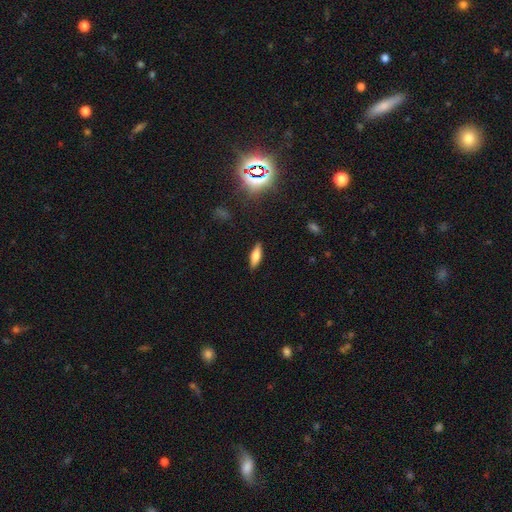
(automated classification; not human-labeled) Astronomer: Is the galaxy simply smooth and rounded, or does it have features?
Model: smooth — 69%.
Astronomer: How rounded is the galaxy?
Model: in between — 53% (runner-up: cigar-shaped, 44%).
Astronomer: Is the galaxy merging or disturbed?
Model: none — 87%.